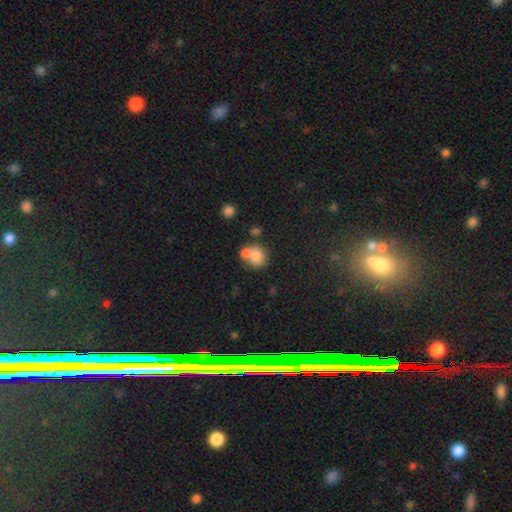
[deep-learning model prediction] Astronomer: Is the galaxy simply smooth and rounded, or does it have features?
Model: smooth — 77%.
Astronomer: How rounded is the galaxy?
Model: round — 70%.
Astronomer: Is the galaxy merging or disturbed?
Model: merger — 46% (runner-up: none, 40%).